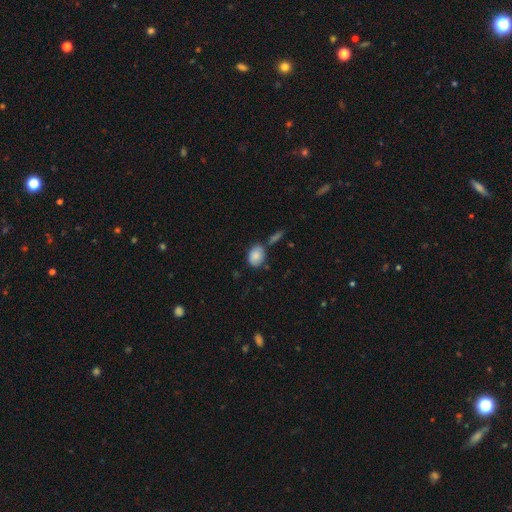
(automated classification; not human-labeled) Smooth or featured? smooth (84%)
How rounded? in between (75%)
Merging? none (61%)